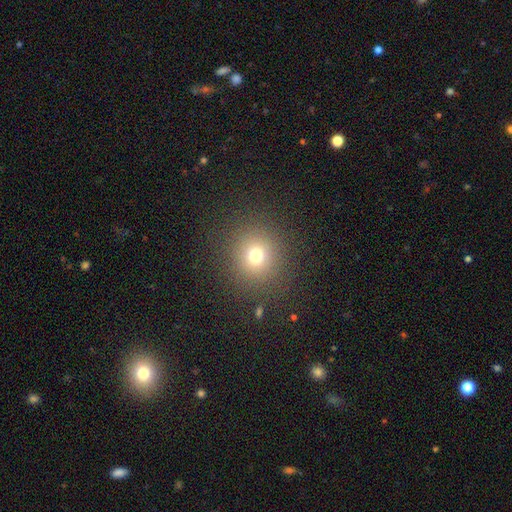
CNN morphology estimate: Q: Smooth or featured?
A: smooth (72%); runner-up: star or artifact (19%)
Q: How rounded?
A: round (90%); runner-up: in between (9%)
Q: Merging?
A: none (87%); runner-up: minor disturbance (7%)